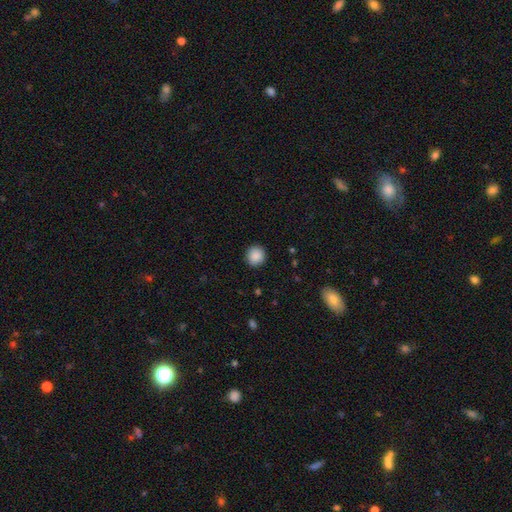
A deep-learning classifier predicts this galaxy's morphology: This is clearly a smooth galaxy (89%). How rounded: clearly round (91%). Merging: clearly none (92%).